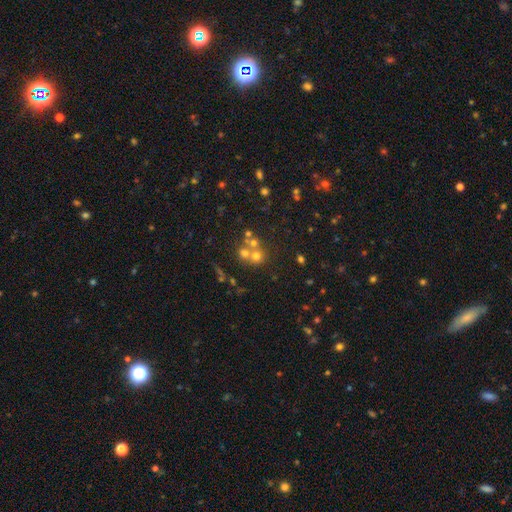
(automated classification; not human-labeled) A smooth galaxy with no disk features (53%) that is round (86%).

Vote fractions:
- Smooth or featured? smooth: 53% / star or artifact: 24% / featured or disk: 23%
- How rounded? round: 86% / in between: 13% / cigar-shaped: 1%
- Merging? merger: 45% / none: 44% / minor disturbance: 7% / major disturbance: 5%